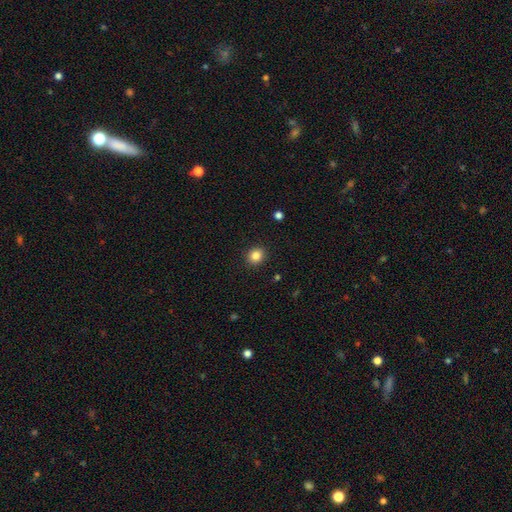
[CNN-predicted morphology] smooth-or-featured: smooth: 84% | star or artifact: 11% | featured or disk: 5%
  how-rounded: round: 80% | in between: 19% | cigar-shaped: 1%
  merging: none: 91% | minor disturbance: 6% | major disturbance: 2% | merger: 1%